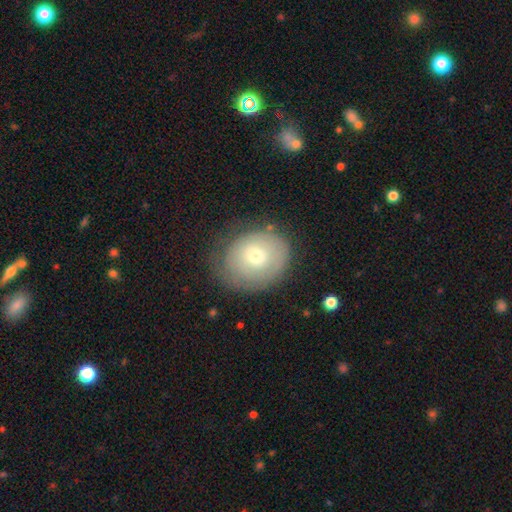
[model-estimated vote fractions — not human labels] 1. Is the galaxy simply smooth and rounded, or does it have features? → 62% smooth, 28% featured or disk, 9% star or artifact.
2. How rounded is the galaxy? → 63% round, 37% in between, 1% cigar-shaped.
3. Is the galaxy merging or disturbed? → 65% none, 24% minor disturbance, 10% major disturbance, 2% merger.